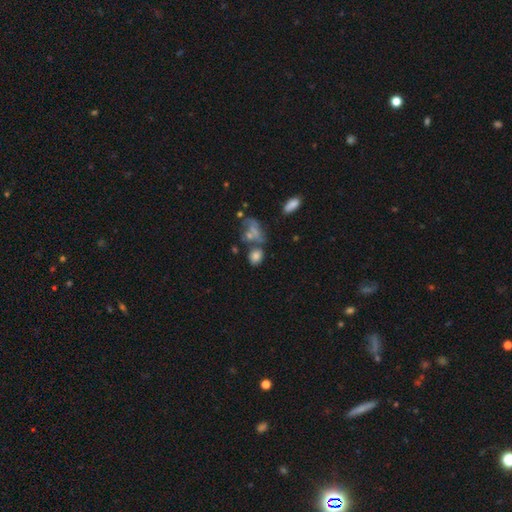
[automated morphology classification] This is likely a smooth galaxy (77%). How rounded: possibly in between (54%). Merging: possibly none (53%).